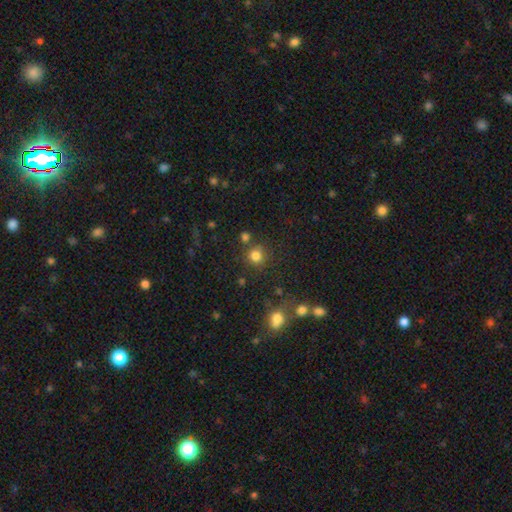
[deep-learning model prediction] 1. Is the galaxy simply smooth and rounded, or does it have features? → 80% smooth, 15% star or artifact, 5% featured or disk.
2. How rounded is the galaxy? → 90% round, 9% in between, 1% cigar-shaped.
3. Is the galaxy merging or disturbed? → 77% none, 10% merger, 9% minor disturbance, 4% major disturbance.